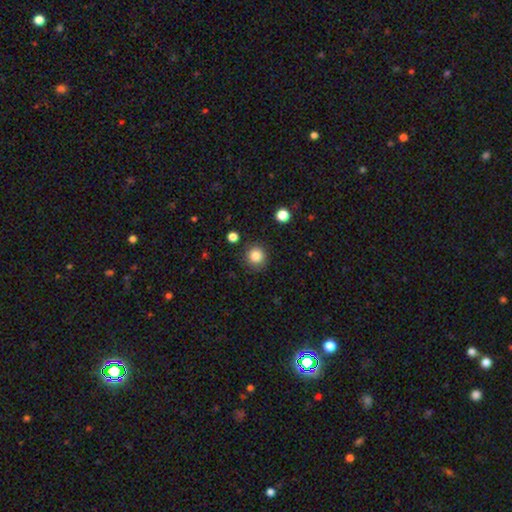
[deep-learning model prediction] Q: Smooth or featured?
A: smooth (84%); runner-up: star or artifact (11%)
Q: How rounded?
A: round (93%); runner-up: in between (6%)
Q: Merging?
A: none (87%); runner-up: minor disturbance (8%)